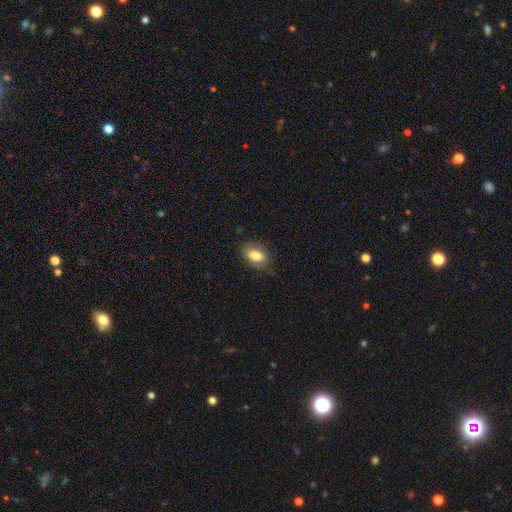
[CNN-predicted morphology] smooth-or-featured: smooth: 80% | featured or disk: 12% | star or artifact: 8%
  how-rounded: in between: 87% | round: 10% | cigar-shaped: 3%
  merging: none: 75% | minor disturbance: 19% | major disturbance: 5% | merger: 1%